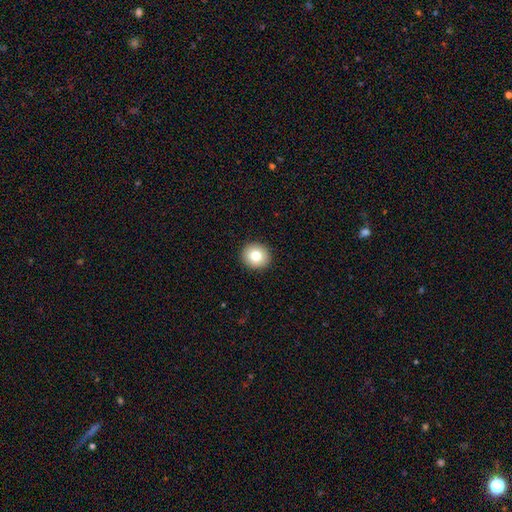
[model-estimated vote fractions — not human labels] smooth 79%, featured or disk 11%, star or artifact 10%. Down the decision tree: how rounded — round (91%); merging — none (93%).